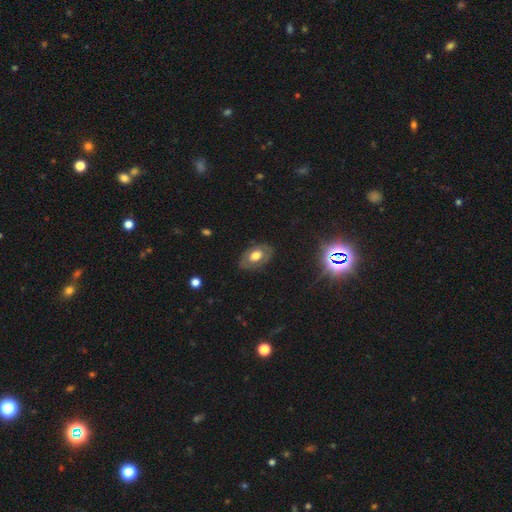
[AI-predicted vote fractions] Q: Smooth or featured?
A: smooth (50%); runner-up: featured or disk (40%)
Q: How rounded?
A: in between (88%); runner-up: round (10%)
Q: Merging?
A: none (79%); runner-up: minor disturbance (15%)